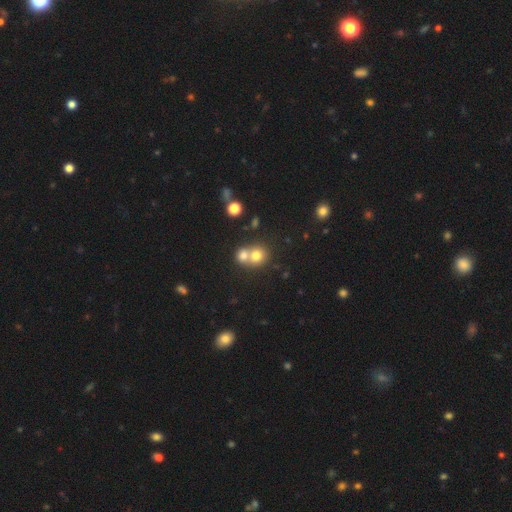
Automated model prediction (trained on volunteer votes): The model was most divided on "merging": merger: 57%, none: 36%, minor disturbance: 5%, major disturbance: 2%. More confident: how rounded — round (80%); smooth or featured — smooth (73%).